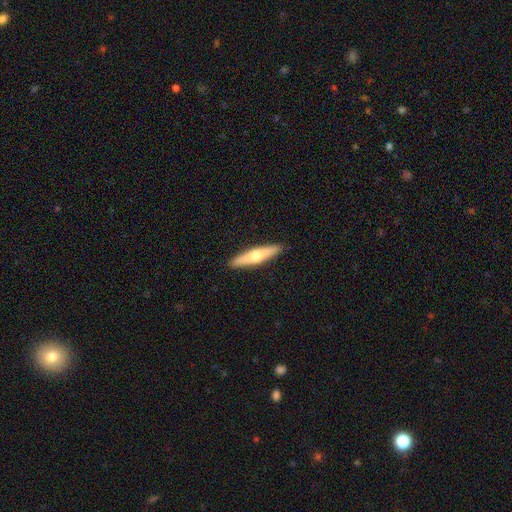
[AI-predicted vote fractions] This is possibly a smooth galaxy (48%). Merging: clearly none (91%).